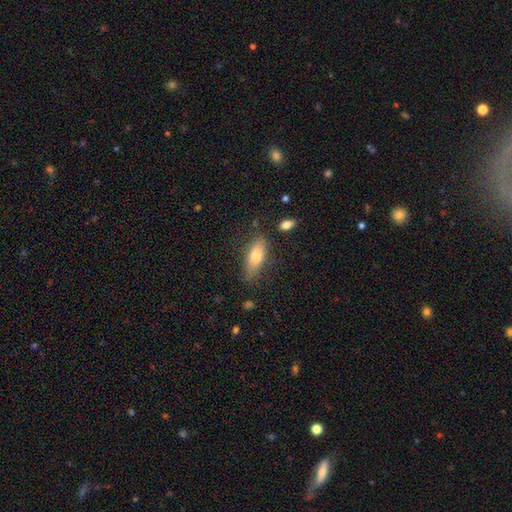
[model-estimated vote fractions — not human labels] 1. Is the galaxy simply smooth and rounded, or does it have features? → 74% smooth, 19% featured or disk, 7% star or artifact.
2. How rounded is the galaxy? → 68% in between, 29% cigar-shaped, 3% round.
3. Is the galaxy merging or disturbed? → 71% none, 21% minor disturbance, 6% major disturbance, 3% merger.